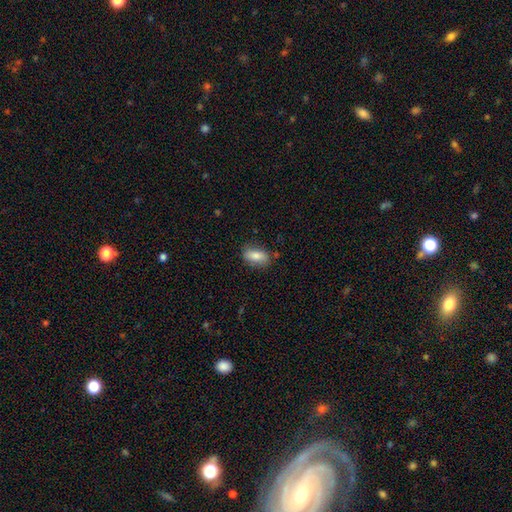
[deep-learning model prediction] Smooth or featured?
  - smooth: 81% *
  - featured or disk: 12%
  - star or artifact: 7%
How rounded?
  - in between: 87% *
  - cigar-shaped: 8%
  - round: 5%
Merging?
  - none: 79% *
  - minor disturbance: 15%
  - major disturbance: 3%
  - merger: 2%